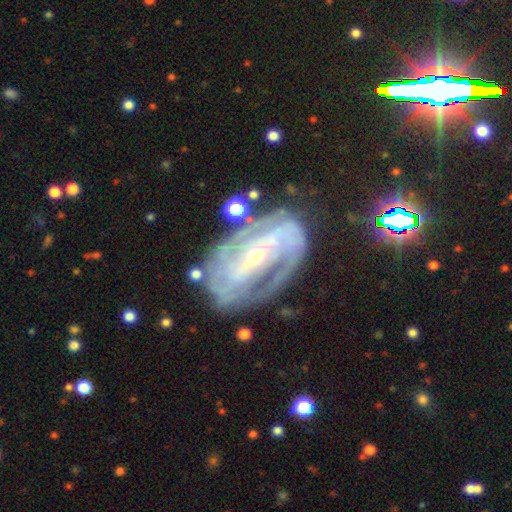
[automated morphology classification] A featured or disk galaxy (87%) with no bar (34%), 2 (44%) tight (60%) spiral arms (92%) and a small central bulge (59%).

Vote fractions:
- Smooth or featured? featured or disk: 87% / smooth: 7% / star or artifact: 6%
- Edge-on disk? no: 96% / yes: 4%
- Bar? no: 34% / strong: 33% / weak: 32%
- Spiral arms? yes: 92% / no: 8%
- Spiral winding? tight: 60% / medium: 31% / loose: 10%
- Spiral arm count? 2: 44% / can't tell: 26% / 3: 15% / 4: 6% / 1: 5% / more than 4: 4%
- Bulge size? small: 59% / moderate: 37% / large: 2% / none: 1% / dominant: 1%
- Merging? none: 66% / minor disturbance: 20% / major disturbance: 11% / merger: 3%